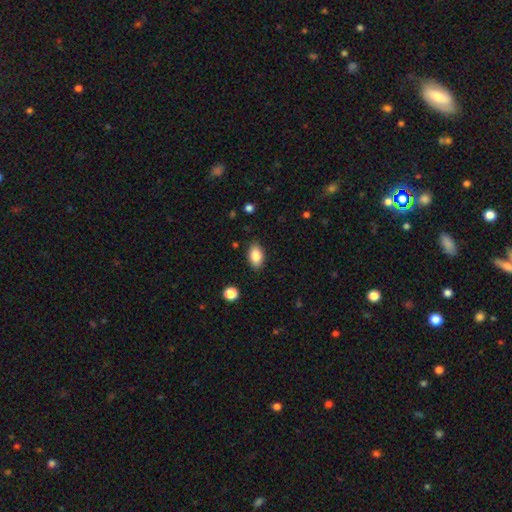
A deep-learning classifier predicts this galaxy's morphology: Q: Smooth or featured?
A: smooth (85%); runner-up: star or artifact (8%)
Q: How rounded?
A: in between (91%); runner-up: round (7%)
Q: Merging?
A: none (86%); runner-up: minor disturbance (10%)